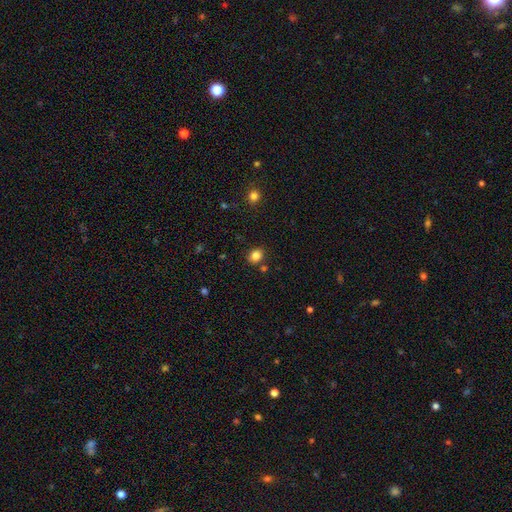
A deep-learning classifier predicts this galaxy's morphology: Smooth or featured? Predicted: smooth (p=0.83). How rounded? Predicted: round (p=0.60). Merging? Predicted: none (p=0.83).